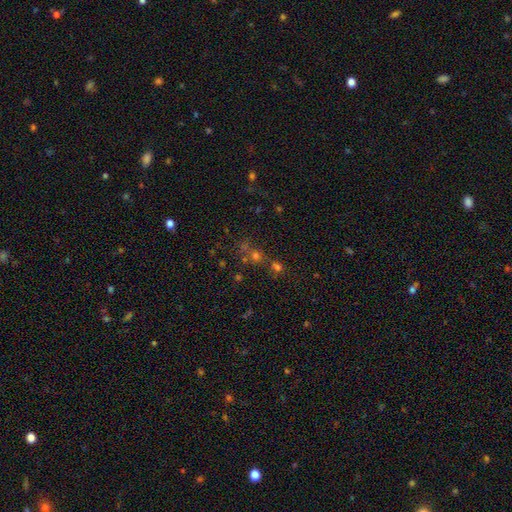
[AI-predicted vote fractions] smooth_or_featured: star or artifact (p=0.45) [alt: smooth p=0.42]